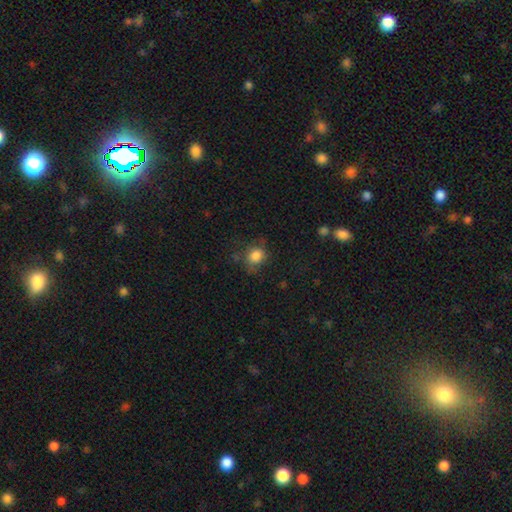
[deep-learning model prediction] Q: Smooth or featured?
A: smooth (83%); runner-up: star or artifact (10%)
Q: How rounded?
A: round (66%); runner-up: in between (33%)
Q: Merging?
A: none (64%); runner-up: minor disturbance (24%)